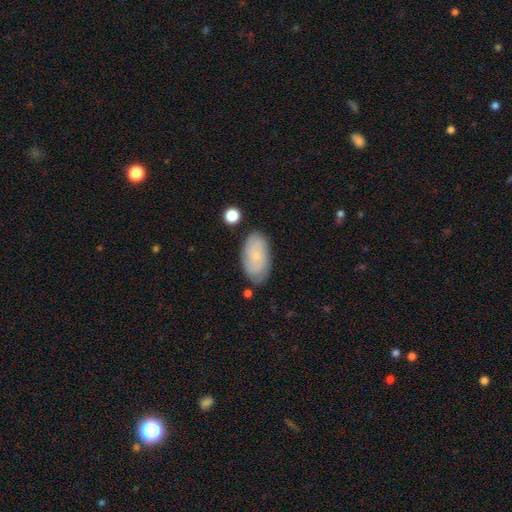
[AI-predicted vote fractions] A smooth galaxy with no disk features (50%) that is in between round and cigar-shaped (93%). Merging: none (77%).